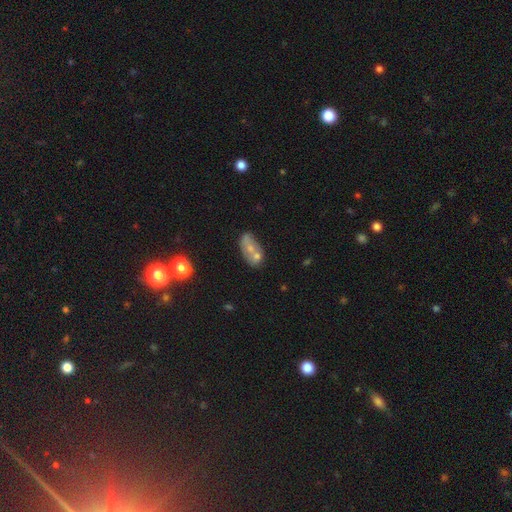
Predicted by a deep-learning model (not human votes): The model was most divided on "merging": merger: 46%, none: 33%, minor disturbance: 13%, major disturbance: 7%. More confident: how rounded — in between (81%); smooth or featured — smooth (52%).